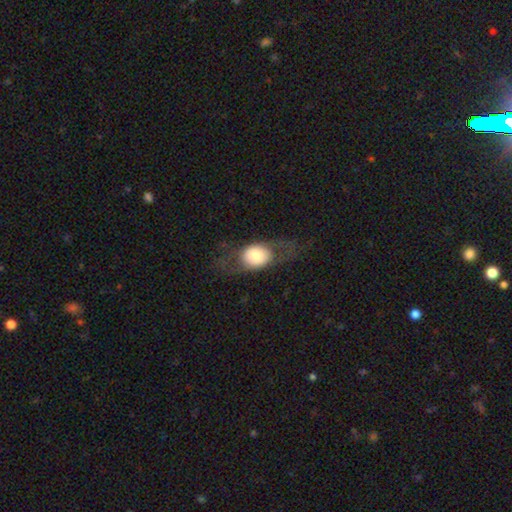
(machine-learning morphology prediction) Smooth or featured: smooth — 60% (featured or disk — 33%)
How rounded: in between — 53% (round — 44%)
Merging: none — 63% (major disturbance — 18%)